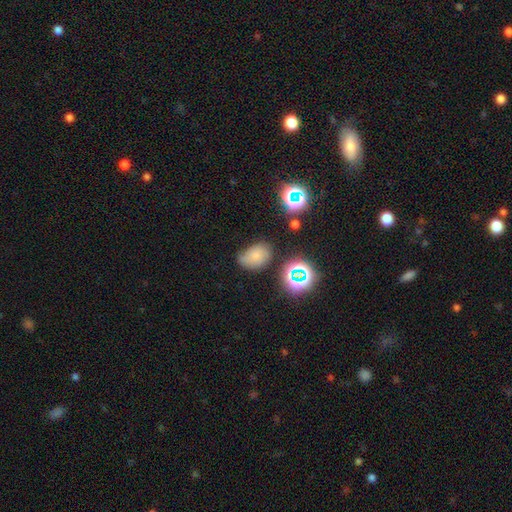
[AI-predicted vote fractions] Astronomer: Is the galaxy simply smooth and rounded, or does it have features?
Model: smooth — 65%.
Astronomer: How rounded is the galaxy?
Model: in between — 77%.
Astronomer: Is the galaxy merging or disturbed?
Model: none — 52% (runner-up: minor disturbance, 33%).